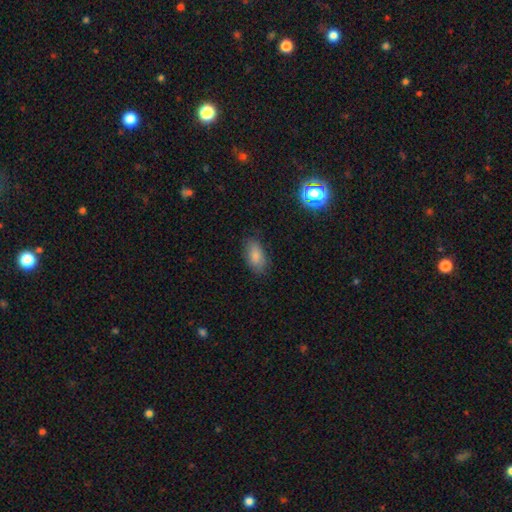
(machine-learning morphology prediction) Smooth or featured? Predicted: smooth (p=0.83). How rounded? Predicted: in between (p=0.91). Merging? Predicted: none (p=0.81).